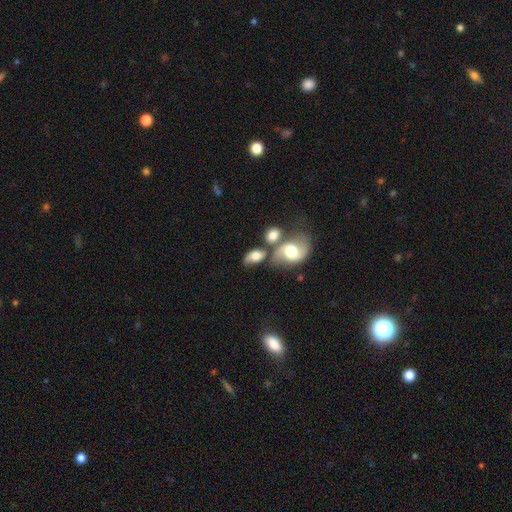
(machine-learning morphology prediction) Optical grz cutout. It shows a smooth galaxy with no disk features (47%). Merging: none (41%).